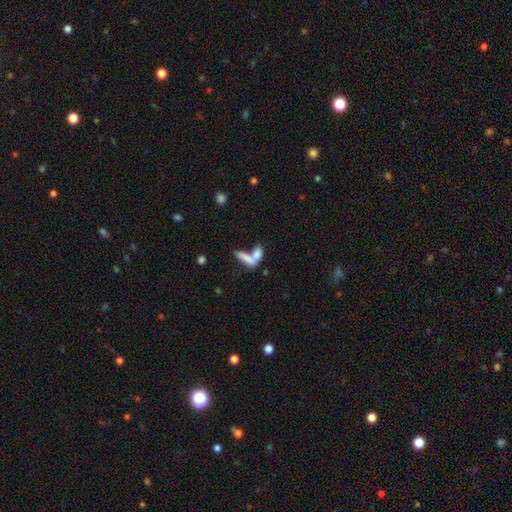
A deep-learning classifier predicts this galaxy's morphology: smooth-or-featured: smooth: 71% | featured or disk: 20% | star or artifact: 9%
  how-rounded: in between: 54% | cigar-shaped: 40% | round: 6%
  merging: merger: 63% | none: 23% | minor disturbance: 7% | major disturbance: 6%